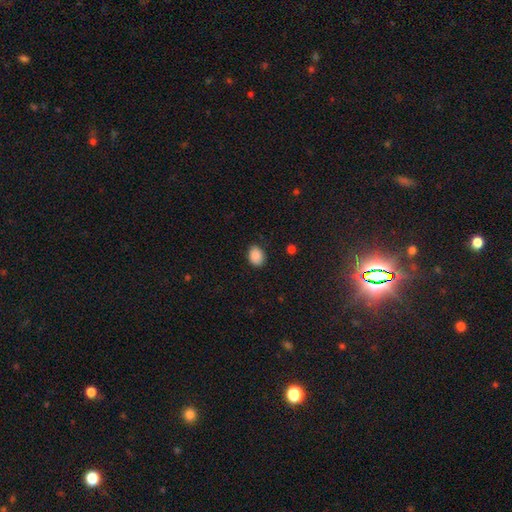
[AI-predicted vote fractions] Overall: smooth (89%). How rounded: in between (63%; round 36%). Merging: none (84%).